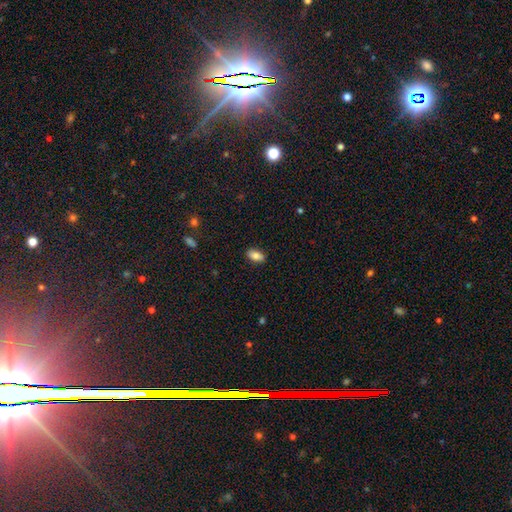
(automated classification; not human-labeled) smooth-or-featured: smooth: 81% | featured or disk: 11% | star or artifact: 8%
  how-rounded: in between: 89% | cigar-shaped: 7% | round: 4%
  merging: none: 88% | minor disturbance: 9% | major disturbance: 2% | merger: 1%